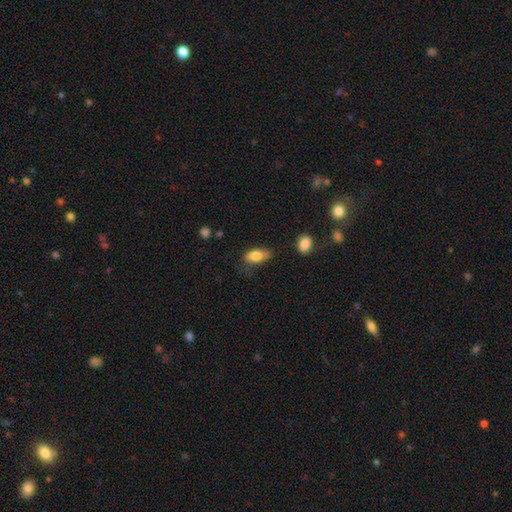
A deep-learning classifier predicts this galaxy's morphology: Smooth or featured?
  - smooth: 80% *
  - featured or disk: 13%
  - star or artifact: 7%
How rounded?
  - in between: 86% *
  - cigar-shaped: 8%
  - round: 5%
Merging?
  - none: 55% *
  - minor disturbance: 32%
  - major disturbance: 10%
  - merger: 3%